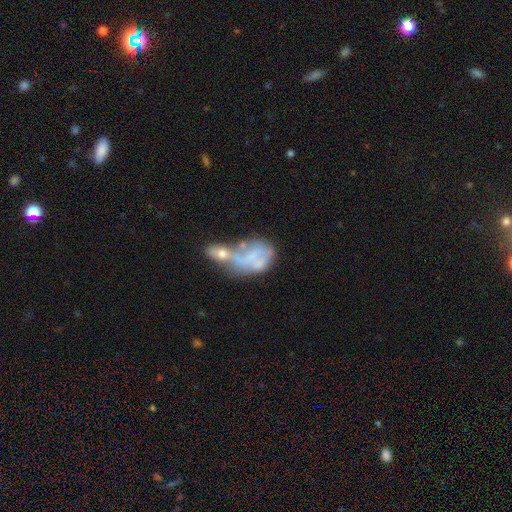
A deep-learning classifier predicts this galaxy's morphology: Smooth or featured?
  - featured or disk: 47% *
  - smooth: 43%
  - star or artifact: 10%
Merging?
  - merger: 54% *
  - major disturbance: 20%
  - none: 15%
  - minor disturbance: 11%